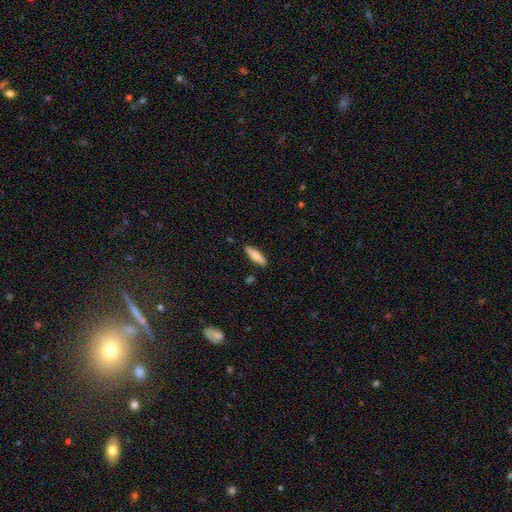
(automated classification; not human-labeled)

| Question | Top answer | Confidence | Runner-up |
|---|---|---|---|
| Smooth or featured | smooth | 73% | featured or disk (21%) |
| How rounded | cigar-shaped | 56% | in between (42%) |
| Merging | none | 87% | minor disturbance (9%) |